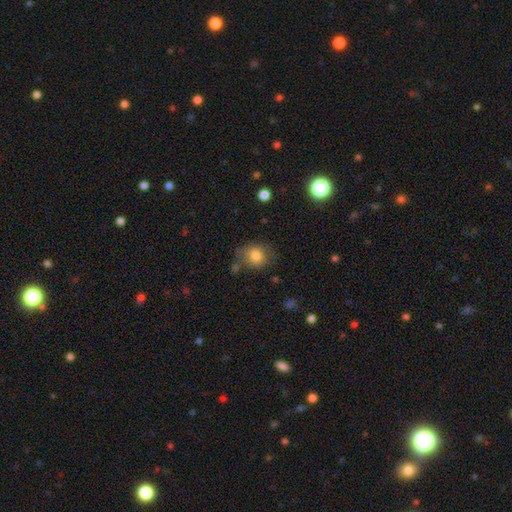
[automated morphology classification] Smooth or featured?
  - smooth: 80% *
  - featured or disk: 11%
  - star or artifact: 9%
How rounded?
  - round: 66% *
  - in between: 33%
  - cigar-shaped: 1%
Merging?
  - none: 68% *
  - minor disturbance: 20%
  - major disturbance: 6%
  - merger: 6%